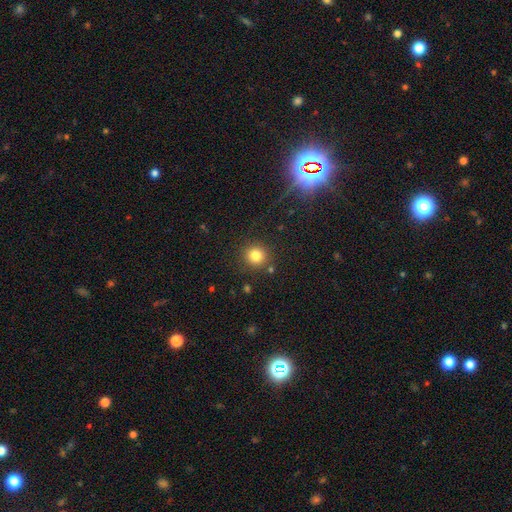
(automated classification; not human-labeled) A smooth galaxy with no disk features (81%) that is round (93%).

Vote fractions:
- Smooth or featured? smooth: 81% / star or artifact: 13% / featured or disk: 6%
- How rounded? round: 93% / in between: 6% / cigar-shaped: 1%
- Merging? none: 87% / minor disturbance: 7% / merger: 3% / major disturbance: 3%